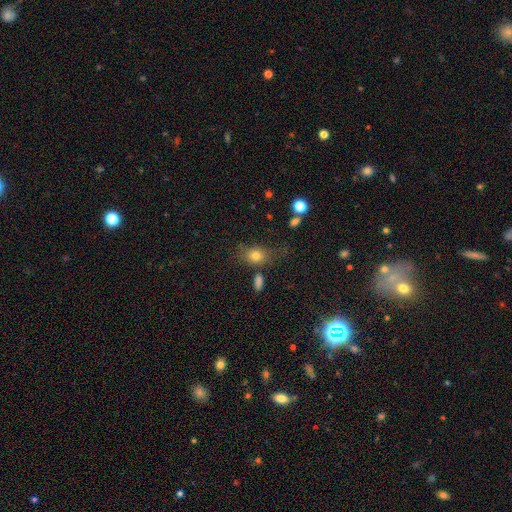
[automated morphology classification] A smooth galaxy with no disk features (78%) that is in between round and cigar-shaped (55%). Merging: none (61%).